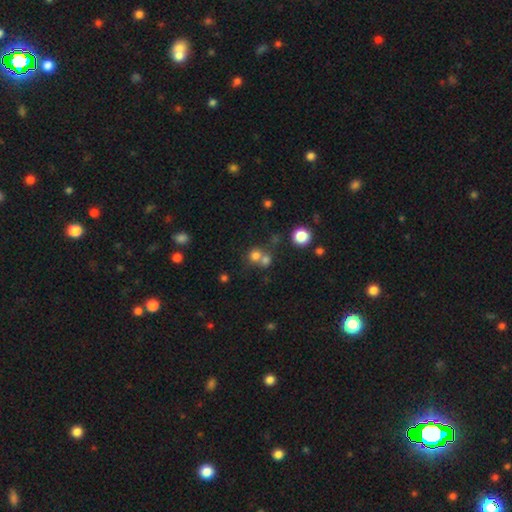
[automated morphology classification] Q: Smooth or featured?
A: smooth (73%); runner-up: star or artifact (16%)
Q: How rounded?
A: round (87%); runner-up: in between (12%)
Q: Merging?
A: none (47%); runner-up: merger (44%)